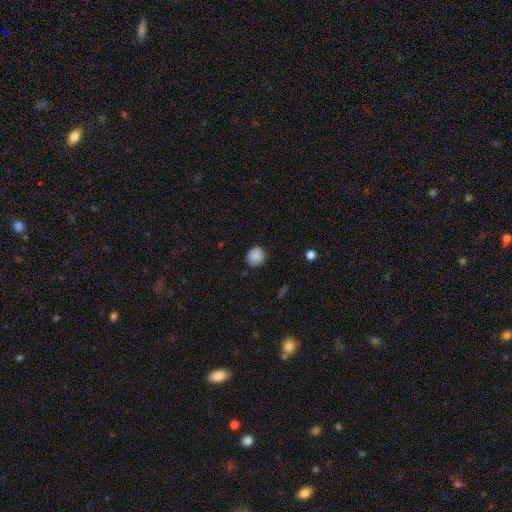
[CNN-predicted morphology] This appears to be a smooth galaxy with no disk features (87%) that is round (82%). Merging: none (83%).